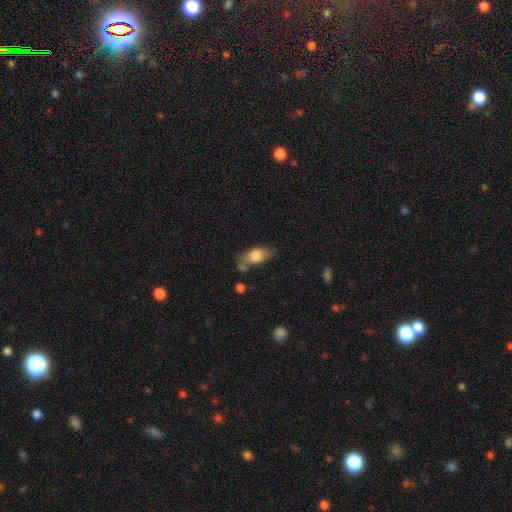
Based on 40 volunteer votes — Overall: smooth (68%). How rounded: in between (96%). Merging: none (49%; minor disturbance 27%).